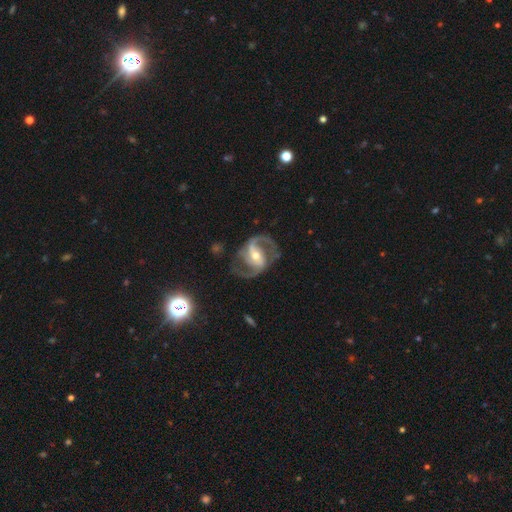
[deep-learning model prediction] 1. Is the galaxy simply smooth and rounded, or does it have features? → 91% featured or disk, 5% star or artifact, 4% smooth.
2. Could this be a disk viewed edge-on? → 98% no, 2% yes.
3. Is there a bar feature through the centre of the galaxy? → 42% strong, 37% weak, 21% no.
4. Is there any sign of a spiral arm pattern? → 97% yes, 3% no.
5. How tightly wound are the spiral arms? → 58% medium, 27% loose, 16% tight.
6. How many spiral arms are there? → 90% 2, 3% 3, 2% can't tell, 2% 1, 1% 4, 1% more than 4.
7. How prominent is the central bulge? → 57% moderate, 38% small, 3% large, 1% none, 1% dominant.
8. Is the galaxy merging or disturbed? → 73% none, 15% minor disturbance, 10% major disturbance, 2% merger.